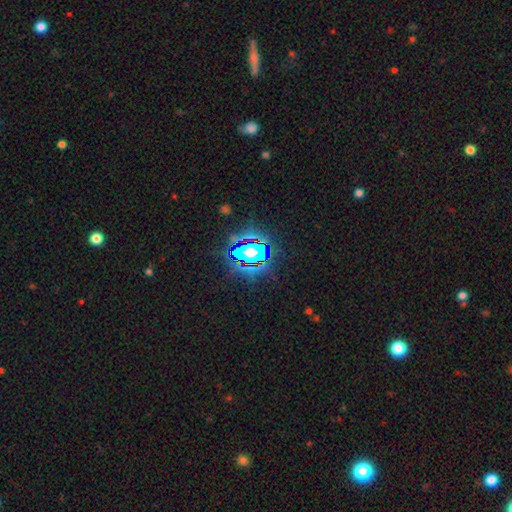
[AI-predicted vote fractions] smooth-or-featured: star or artifact: 81% | smooth: 12% | featured or disk: 7%